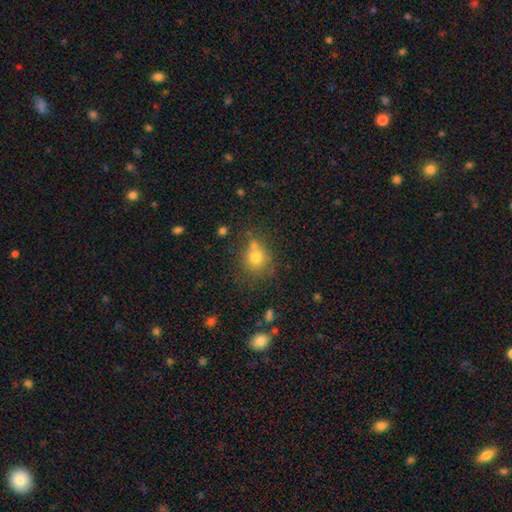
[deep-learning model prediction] Smooth or featured? Predicted: smooth (p=0.74). How rounded? Predicted: round (p=0.79). Merging? Predicted: none (p=0.59).